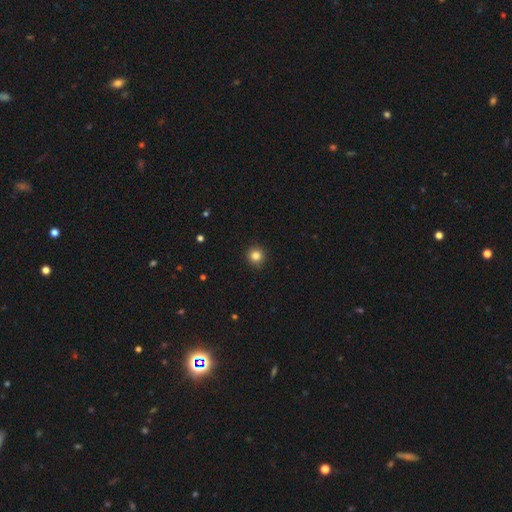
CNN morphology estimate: A smooth galaxy with no disk features (84%) that is round (95%).

Vote fractions:
- Smooth or featured? smooth: 84% / star or artifact: 11% / featured or disk: 5%
- How rounded? round: 95% / in between: 4% / cigar-shaped: 1%
- Merging? none: 93% / minor disturbance: 5% / major disturbance: 2% / merger: 1%